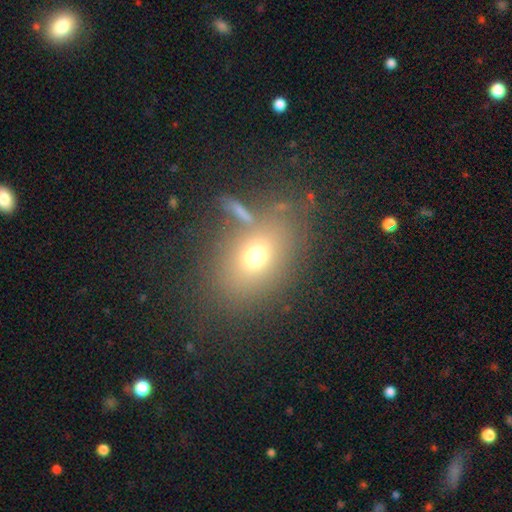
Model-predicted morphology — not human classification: smooth-or-featured: smooth: 68% | featured or disk: 17% | star or artifact: 16%
  how-rounded: in between: 66% | round: 32% | cigar-shaped: 2%
  merging: none: 69% | minor disturbance: 13% | merger: 10% | major disturbance: 8%